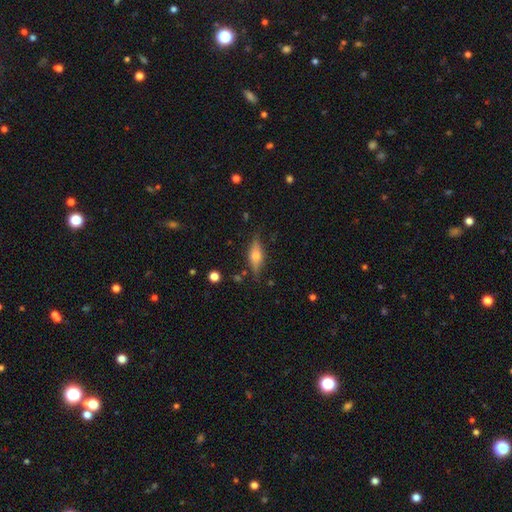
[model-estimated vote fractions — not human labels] Q: Smooth or featured?
A: featured or disk (54%); runner-up: smooth (37%)
Q: Edge-on disk?
A: yes (92%); runner-up: no (8%)
Q: Edge-on bulge?
A: rounded (90%); runner-up: boxy (7%)
Q: Merging?
A: none (81%); runner-up: minor disturbance (14%)